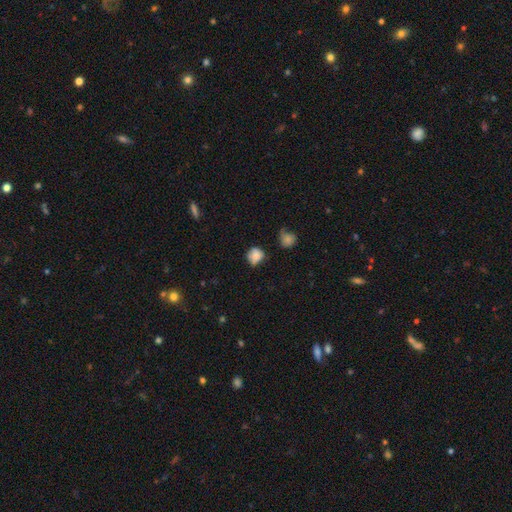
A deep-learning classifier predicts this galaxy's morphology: Smooth or featured: smooth — 77% (featured or disk — 12%)
How rounded: round — 74% (in between — 24%)
Merging: none — 55% (minor disturbance — 30%)